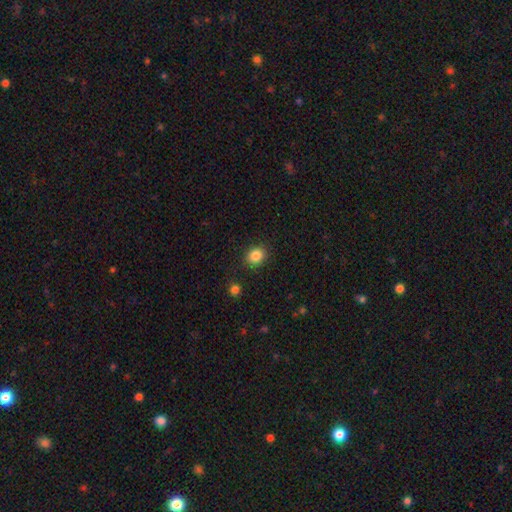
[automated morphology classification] smooth 86%, star or artifact 10%, featured or disk 4%. Down the decision tree: how rounded — round (64%); merging — none (88%).